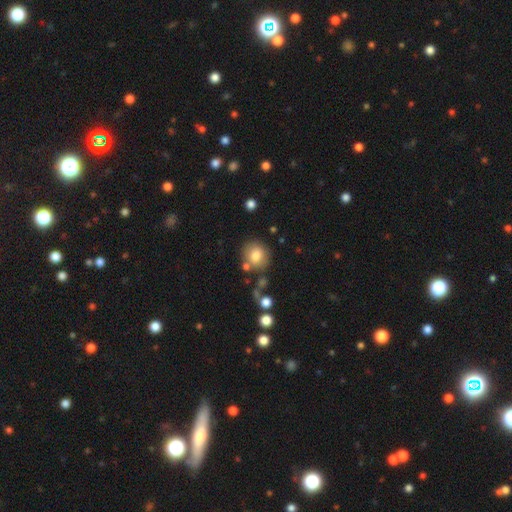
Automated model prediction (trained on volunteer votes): Smooth or featured? Predicted: smooth (p=0.79). How rounded? Predicted: round (p=0.84). Merging? Predicted: none (p=0.75).